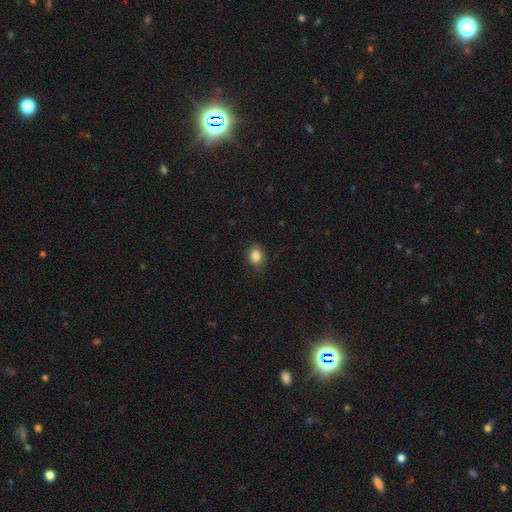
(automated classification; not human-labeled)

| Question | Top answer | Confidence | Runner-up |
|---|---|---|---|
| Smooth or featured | smooth | 84% | star or artifact (10%) |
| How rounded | round | 52% | in between (47%) |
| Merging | none | 81% | minor disturbance (15%) |